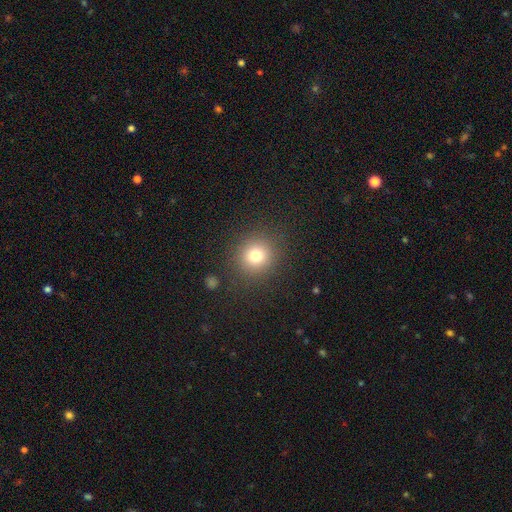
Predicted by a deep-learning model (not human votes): Smooth or featured? Predicted: smooth (p=0.77). How rounded? Predicted: round (p=0.90). Merging? Predicted: none (p=0.88).